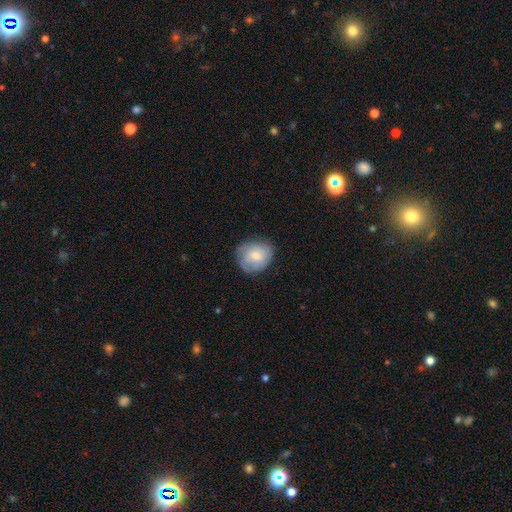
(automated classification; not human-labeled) Q: Smooth or featured?
A: smooth (68%); runner-up: featured or disk (25%)
Q: How rounded?
A: round (69%); runner-up: in between (30%)
Q: Merging?
A: none (69%); runner-up: minor disturbance (23%)